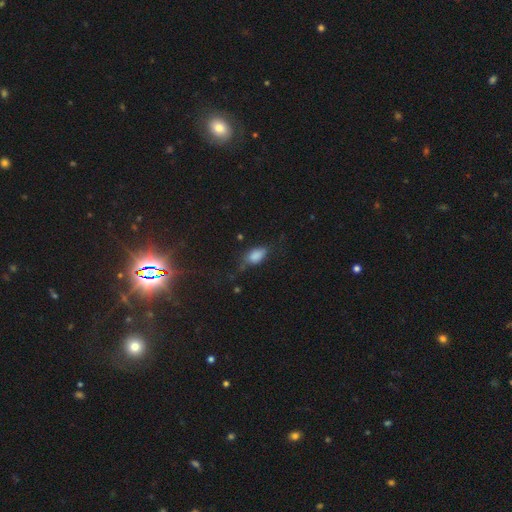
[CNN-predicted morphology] smooth_or_featured: smooth (p=0.77) [alt: featured or disk p=0.12]
how_rounded: in between (p=0.86) [alt: cigar-shaped p=0.07]
merging: none (p=0.46) [alt: minor disturbance p=0.33]